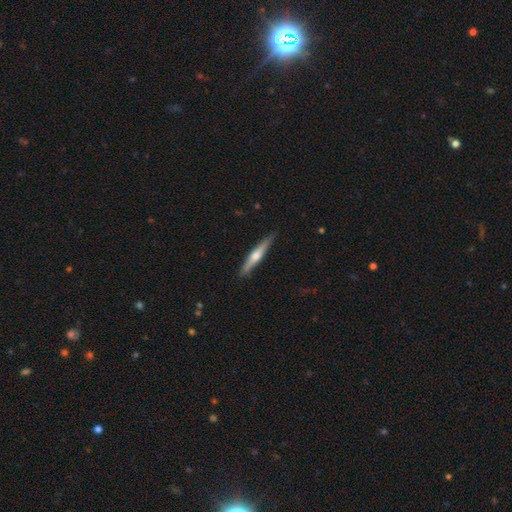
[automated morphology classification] Smooth or featured? Predicted: featured or disk (p=0.60). Edge-on disk? Predicted: yes (p=0.97). Edge-on bulge? Predicted: rounded (p=0.88). Merging? Predicted: none (p=0.87).